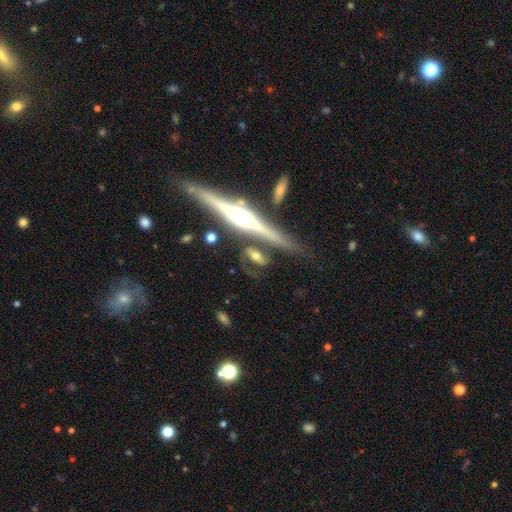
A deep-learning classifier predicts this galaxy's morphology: Smooth or featured? Predicted: featured or disk (p=0.67). Edge-on disk? Predicted: yes (p=0.61). Merging? Predicted: none (p=0.62).